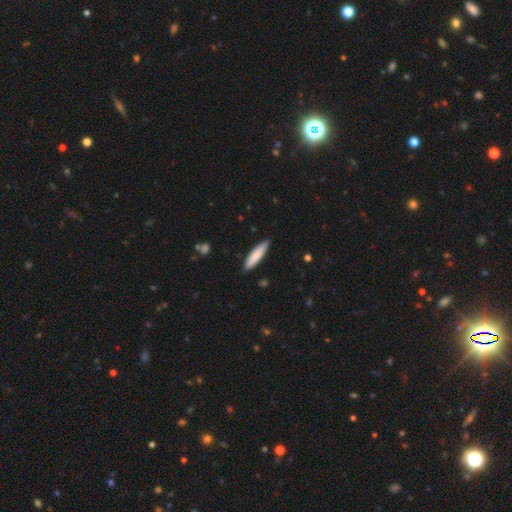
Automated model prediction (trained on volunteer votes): smooth 84%, featured or disk 11%, star or artifact 5%. Down the decision tree: how rounded — cigar-shaped (76%); merging — none (87%).